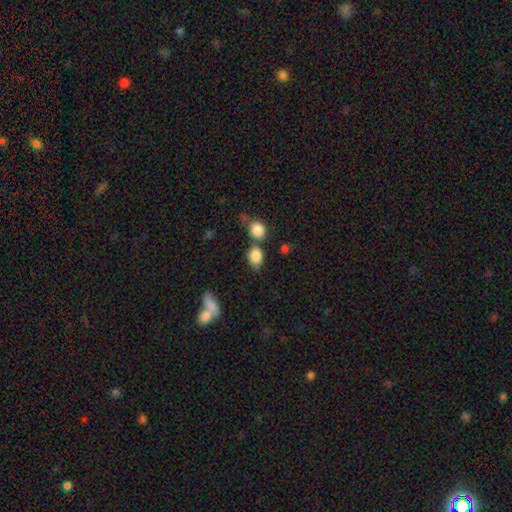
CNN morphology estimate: This is clearly a smooth galaxy (85%). How rounded: likely in between (66%). Merging: possibly none (50%).